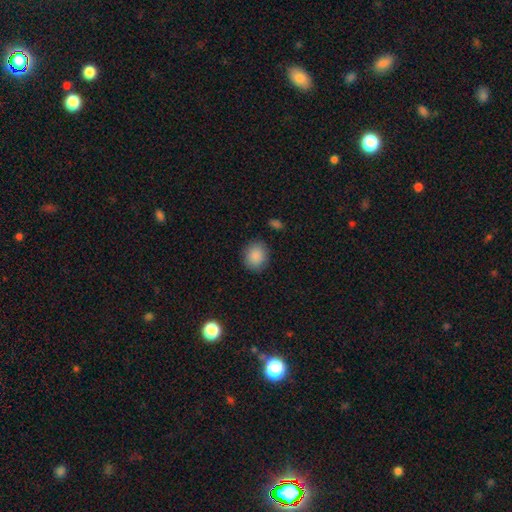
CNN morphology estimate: This appears to be a smooth galaxy with no disk features (88%) that is round (68%). Merging: none (87%).